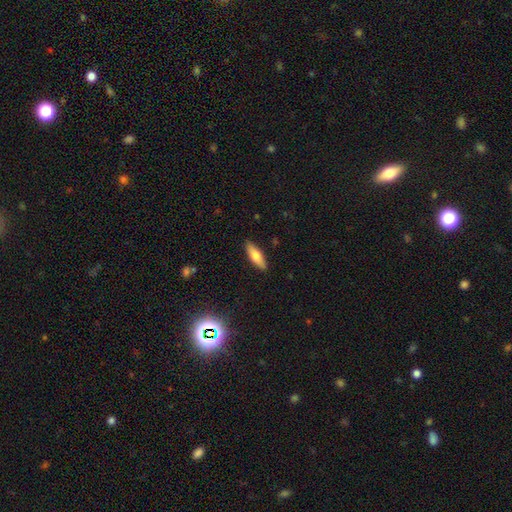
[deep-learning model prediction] The model was most divided on "how rounded": in between: 50%, cigar-shaped: 48%, round: 2%. More confident: merging — none (89%); smooth or featured — smooth (69%).